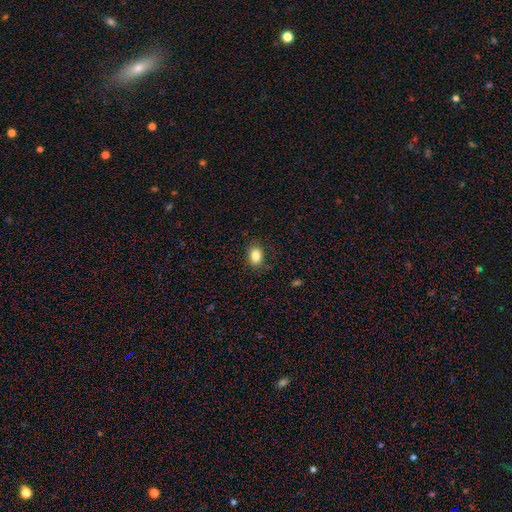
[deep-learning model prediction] Q: Smooth or featured?
A: smooth (84%); runner-up: star or artifact (9%)
Q: How rounded?
A: in between (73%); runner-up: round (26%)
Q: Merging?
A: none (80%); runner-up: minor disturbance (14%)